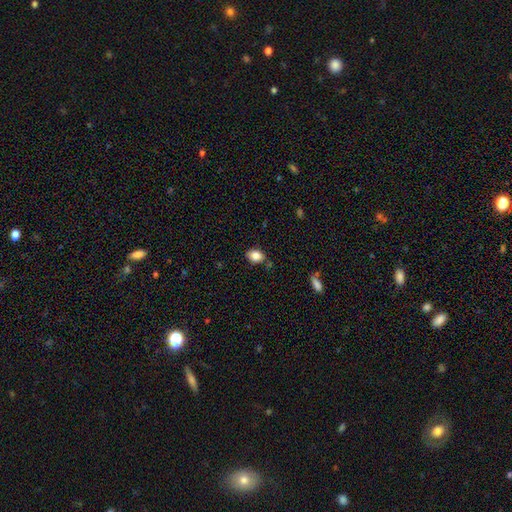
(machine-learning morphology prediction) type=smooth (83%); roundness=in between (73%); merging=none (74%).